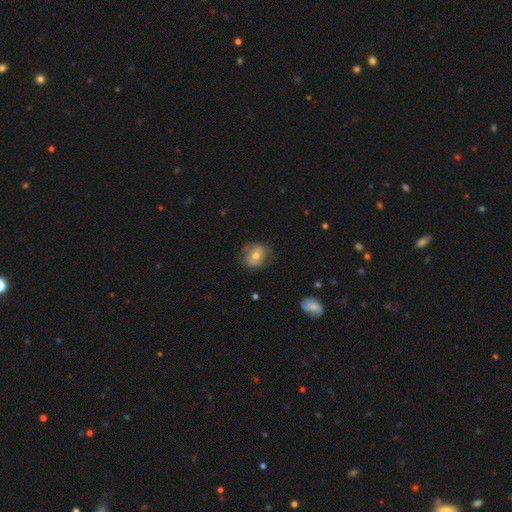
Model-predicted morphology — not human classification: This appears to be a smooth galaxy with no disk features (56%) that is round (66%). Merging: none (67%).